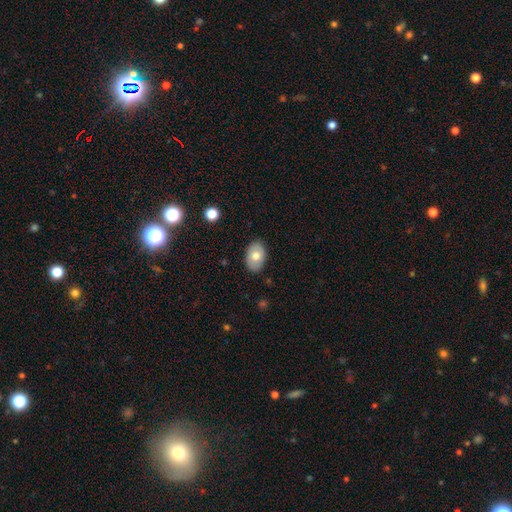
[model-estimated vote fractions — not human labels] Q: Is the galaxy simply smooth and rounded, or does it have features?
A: smooth — 71%.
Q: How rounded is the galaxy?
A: in between — 86%.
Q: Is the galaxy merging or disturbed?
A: none — 85%.